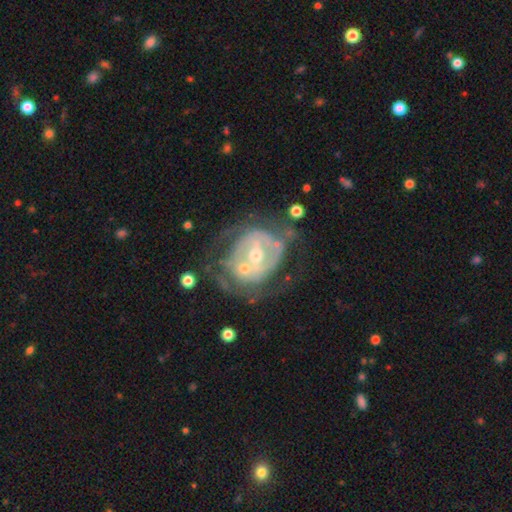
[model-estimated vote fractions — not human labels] Smooth or featured? Predicted: featured or disk (p=0.78). Edge-on disk? Predicted: no (p=0.97). Bar? Predicted: no (p=0.43). Spiral arms? Predicted: yes (p=0.65). Bulge size? Predicted: small (p=0.49). Merging? Predicted: none (p=0.40).